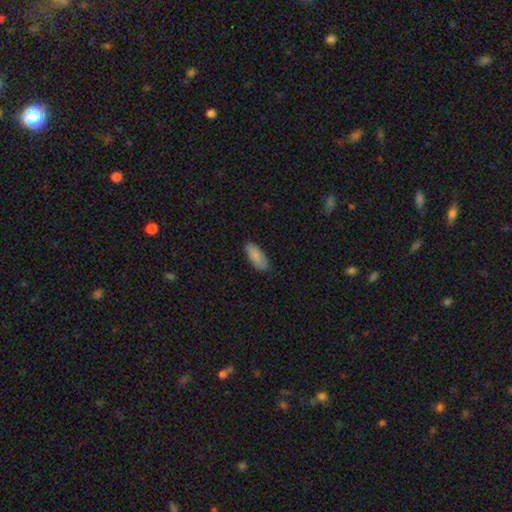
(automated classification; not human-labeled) Overall: smooth (86%). How rounded: in between (81%). Merging: none (81%).